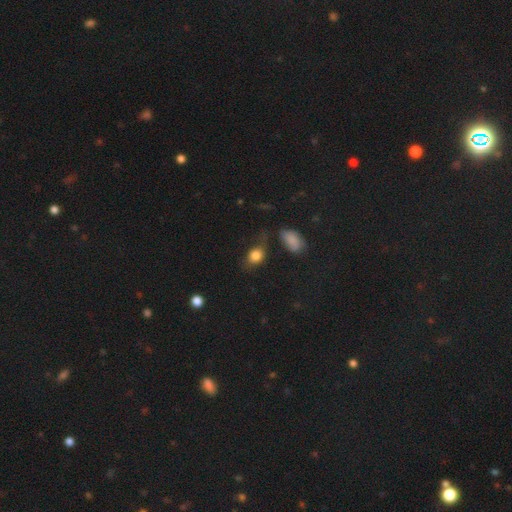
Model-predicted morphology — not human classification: Smooth or featured?
  - smooth: 80% *
  - star or artifact: 11%
  - featured or disk: 9%
How rounded?
  - in between: 59% *
  - round: 39%
  - cigar-shaped: 3%
Merging?
  - none: 55% *
  - minor disturbance: 22%
  - major disturbance: 13%
  - merger: 9%